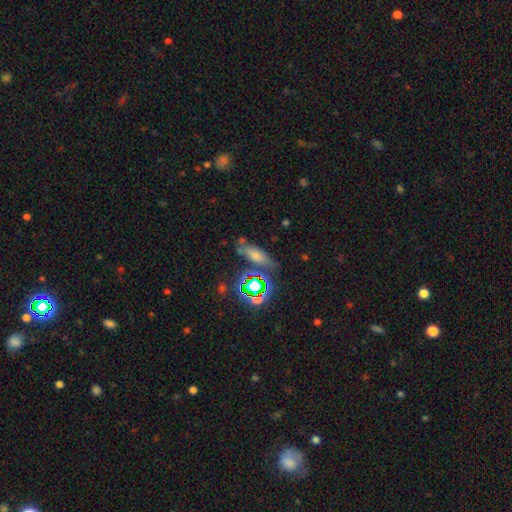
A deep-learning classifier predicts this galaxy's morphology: Overall: star or artifact (38%; smooth 37%).